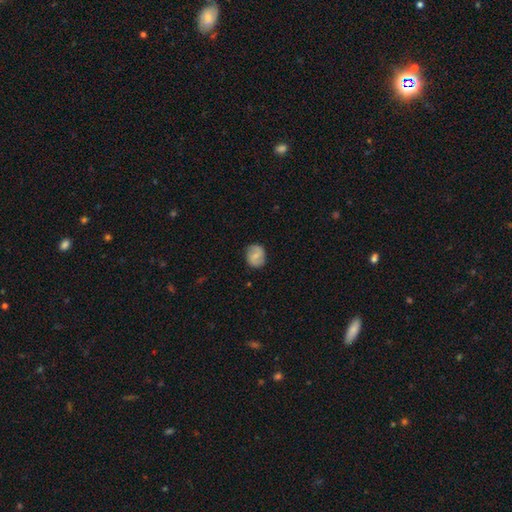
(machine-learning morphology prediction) type=smooth (48%); merging=none (83%).